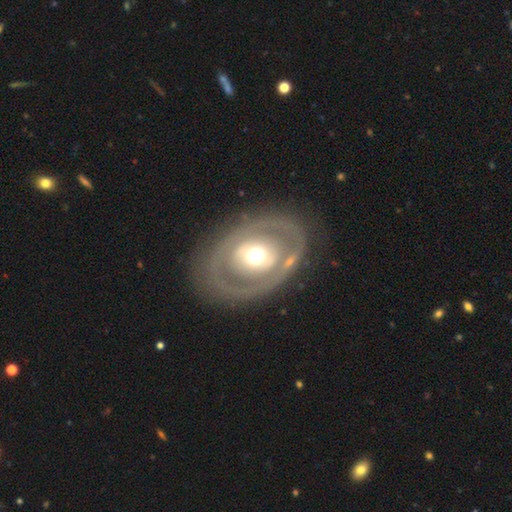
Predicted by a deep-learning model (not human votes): The model was most divided on "bulge size": moderate: 61%, large: 27%, small: 7%, dominant: 4%, none: 1%. More confident: edge-on disk — no (92%); spiral arms — no (78%); bar — no (78%); merging — none (75%); smooth or featured — featured or disk (64%).